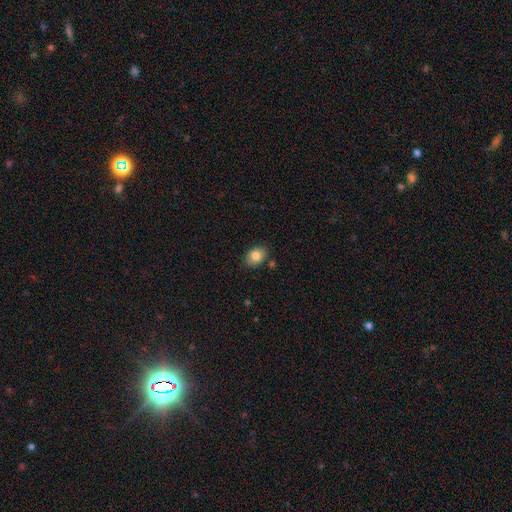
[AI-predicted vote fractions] This is clearly a smooth galaxy (82%). How rounded: likely in between (67%). Merging: clearly none (82%).